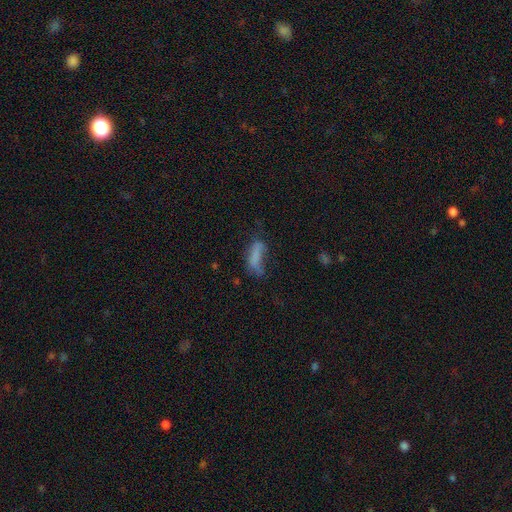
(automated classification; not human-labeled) The model was most divided on "merging": major disturbance: 34%, none: 33%, minor disturbance: 27%, merger: 6%. More confident: smooth or featured — smooth (67%); how rounded — in between (56%).